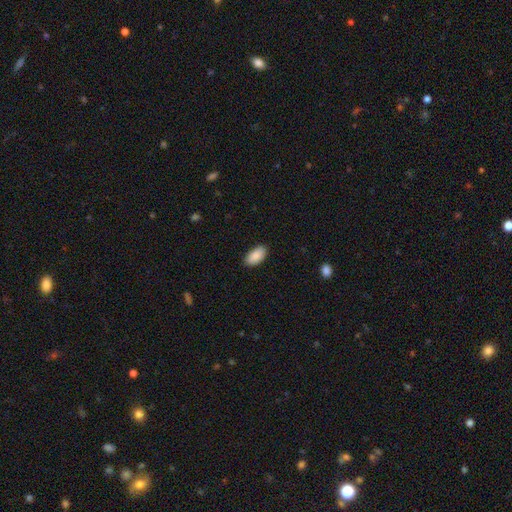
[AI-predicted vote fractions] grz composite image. It shows a smooth galaxy with no disk features (88%) that is in between round and cigar-shaped (95%). Merging: none (87%).